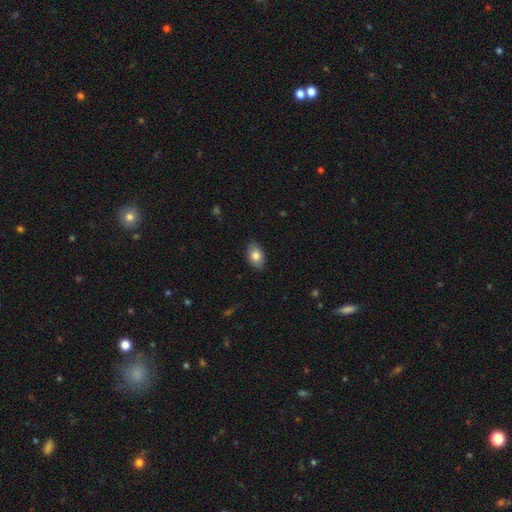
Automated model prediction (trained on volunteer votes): Overall: smooth (82%). How rounded: in between (90%). Merging: none (86%).